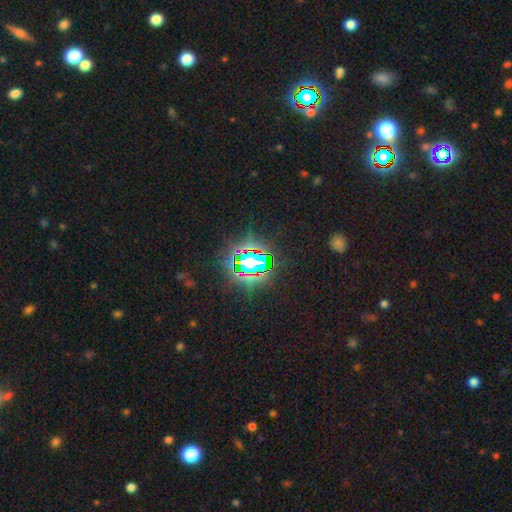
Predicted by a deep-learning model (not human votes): The model was most divided on "smooth or featured": star or artifact: 78%, smooth: 12%, featured or disk: 10%.